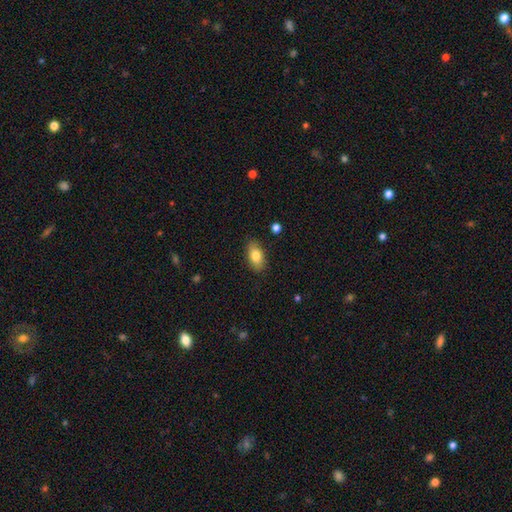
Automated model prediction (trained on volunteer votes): smooth 81%, featured or disk 12%, star or artifact 7%. Down the decision tree: how rounded — in between (89%); merging — none (86%).